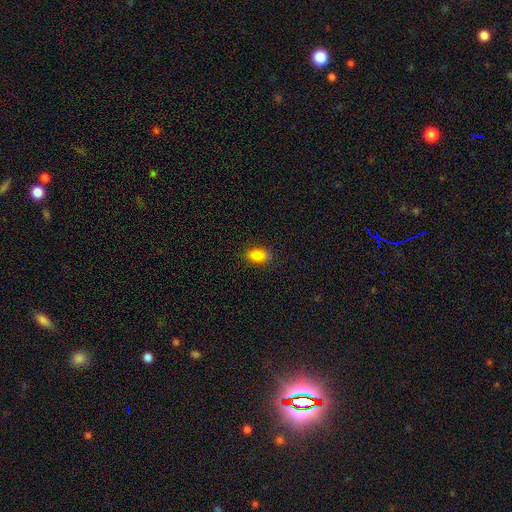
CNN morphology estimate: smooth_or_featured: smooth (p=0.84) [alt: star or artifact p=0.10]
how_rounded: in between (p=0.79) [alt: round p=0.19]
merging: none (p=0.77) [alt: minor disturbance p=0.17]